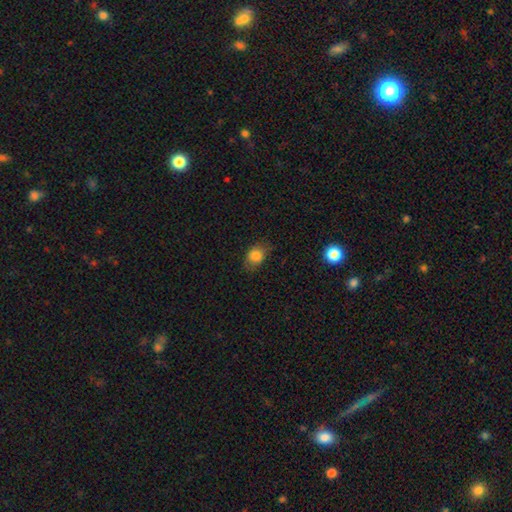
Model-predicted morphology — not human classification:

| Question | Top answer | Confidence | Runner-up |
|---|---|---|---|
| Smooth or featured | smooth | 82% | star or artifact (10%) |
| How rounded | in between | 57% | round (41%) |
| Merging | none | 69% | minor disturbance (23%) |